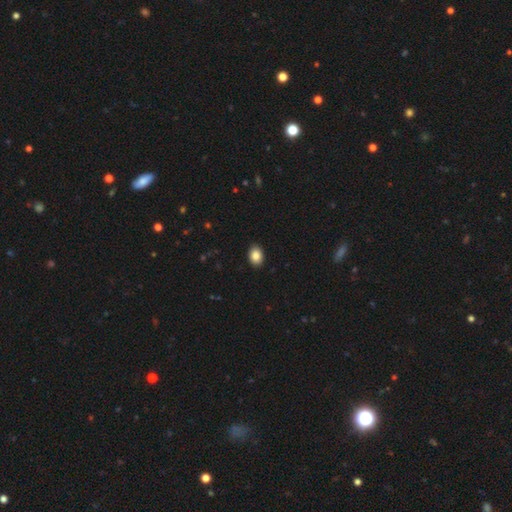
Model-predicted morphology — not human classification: Overall: smooth (88%). How rounded: in between (78%). Merging: none (90%).